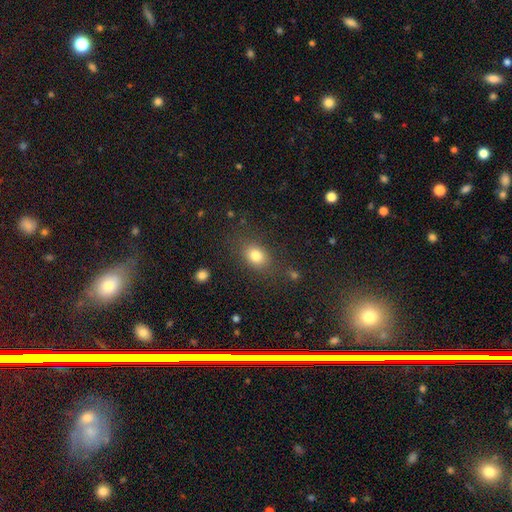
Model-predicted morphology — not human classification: This appears to be a smooth galaxy with no disk features (81%) that is in between round and cigar-shaped (68%). Merging: none (77%).